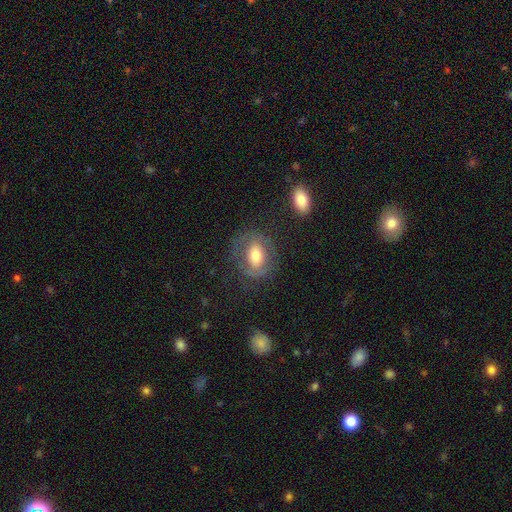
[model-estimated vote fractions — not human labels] This appears to be a smooth galaxy with no disk features (51%) that is in between round and cigar-shaped (62%). Merging: none (67%).